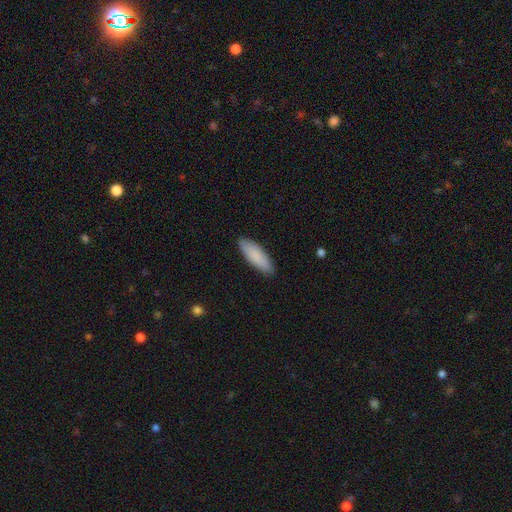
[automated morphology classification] Smooth or featured: smooth — 87% (featured or disk — 8%)
How rounded: in between — 55% (cigar-shaped — 44%)
Merging: none — 88% (minor disturbance — 9%)